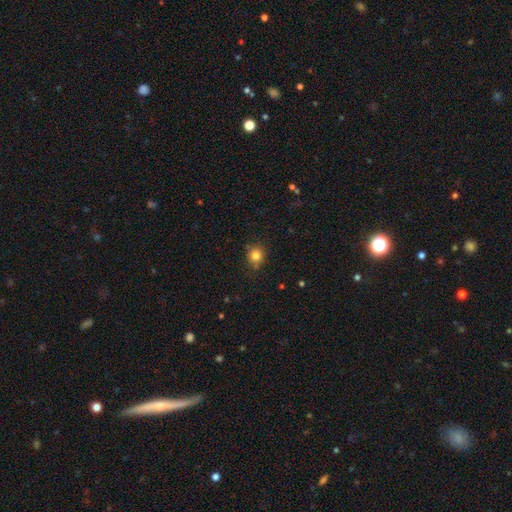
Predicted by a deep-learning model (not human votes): This is clearly a smooth galaxy (83%). How rounded: clearly round (82%). Merging: clearly none (81%).